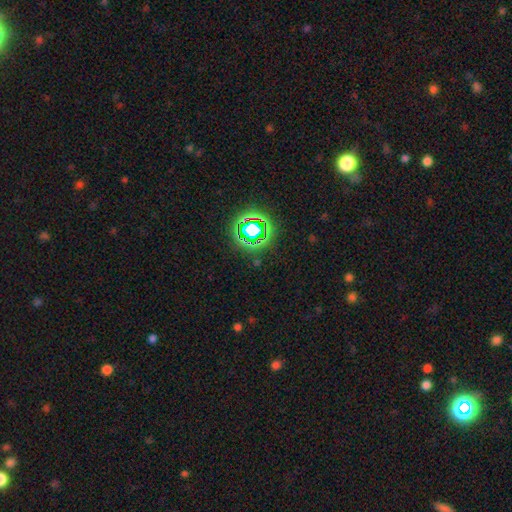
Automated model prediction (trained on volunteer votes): Smooth or featured? star or artifact (76%)